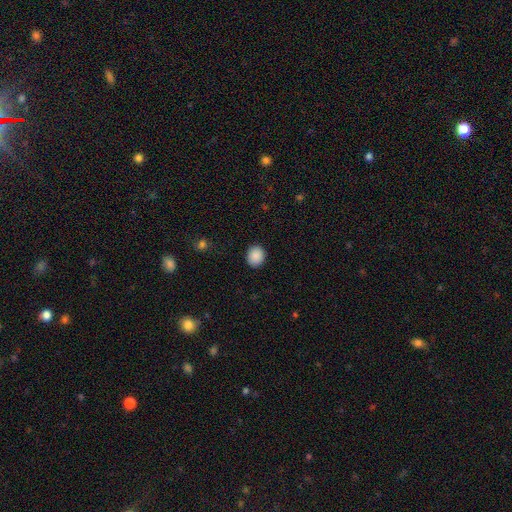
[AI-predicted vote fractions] smooth-or-featured: smooth: 89% | star or artifact: 8% | featured or disk: 3%
  how-rounded: round: 71% | in between: 28% | cigar-shaped: 1%
  merging: none: 91% | minor disturbance: 6% | major disturbance: 2% | merger: 1%